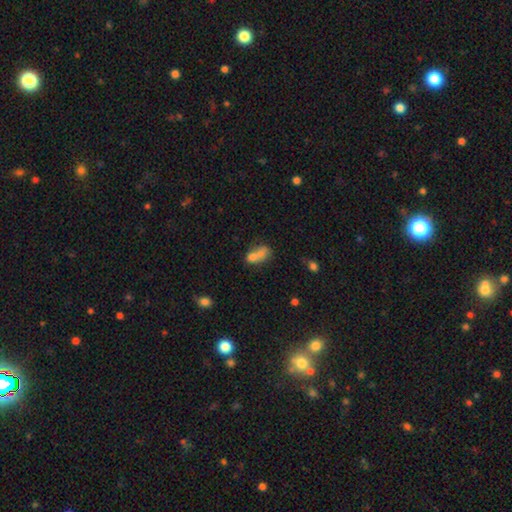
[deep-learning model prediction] smooth_or_featured: smooth (p=0.68) [alt: featured or disk p=0.21]
how_rounded: in between (p=0.65) [alt: round p=0.31]
merging: merger (p=0.65) [alt: none p=0.21]